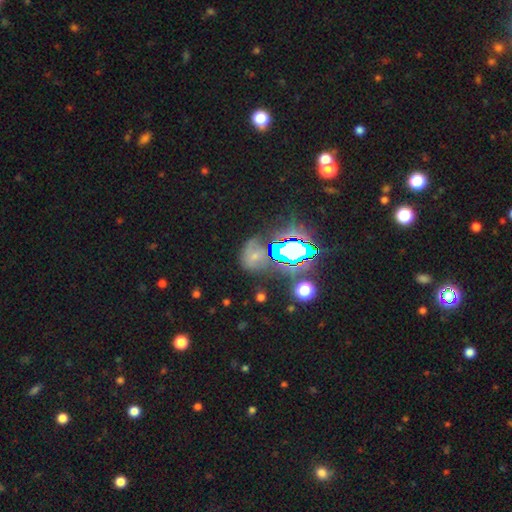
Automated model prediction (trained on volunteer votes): A star or artifact, not a galaxy (44%).